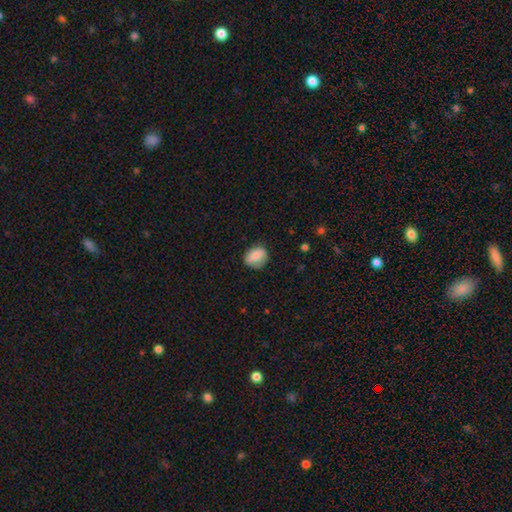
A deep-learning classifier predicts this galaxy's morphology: smooth-or-featured: smooth: 82% | featured or disk: 10% | star or artifact: 8%
  how-rounded: round: 54% | in between: 44% | cigar-shaped: 1%
  merging: none: 71% | minor disturbance: 22% | major disturbance: 5% | merger: 1%